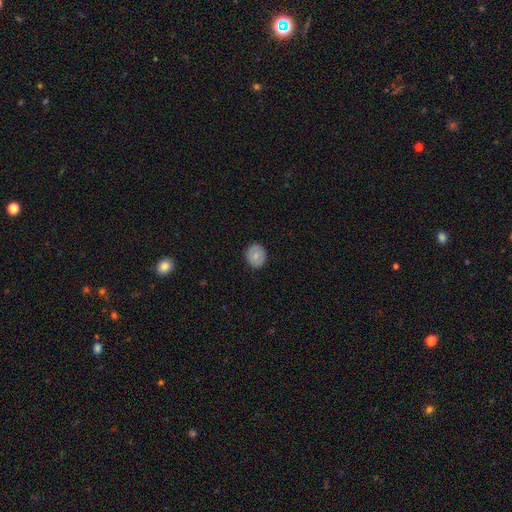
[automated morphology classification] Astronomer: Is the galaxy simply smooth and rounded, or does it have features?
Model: smooth — 70%.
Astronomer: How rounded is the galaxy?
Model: round — 79%.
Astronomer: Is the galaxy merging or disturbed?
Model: none — 89%.